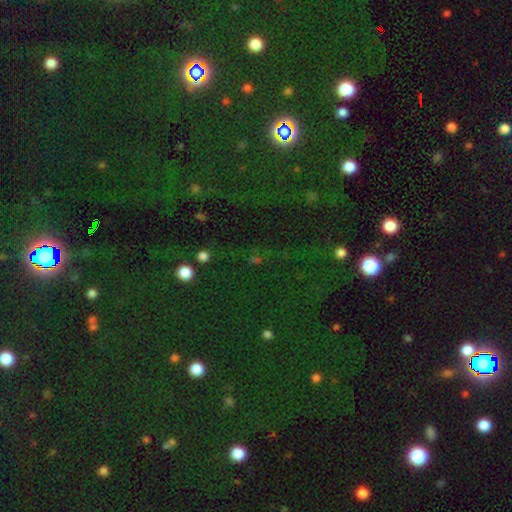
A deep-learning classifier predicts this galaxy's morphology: A star or artifact, not a galaxy (75%).